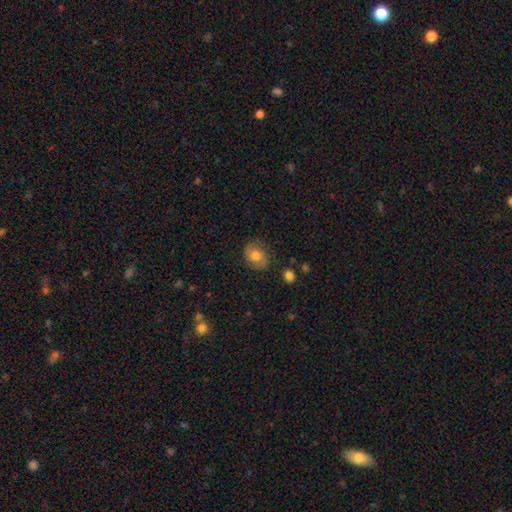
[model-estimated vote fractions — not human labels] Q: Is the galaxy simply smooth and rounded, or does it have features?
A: smooth — 64%.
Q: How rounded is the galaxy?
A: round — 52%.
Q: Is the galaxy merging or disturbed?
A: none — 77%.